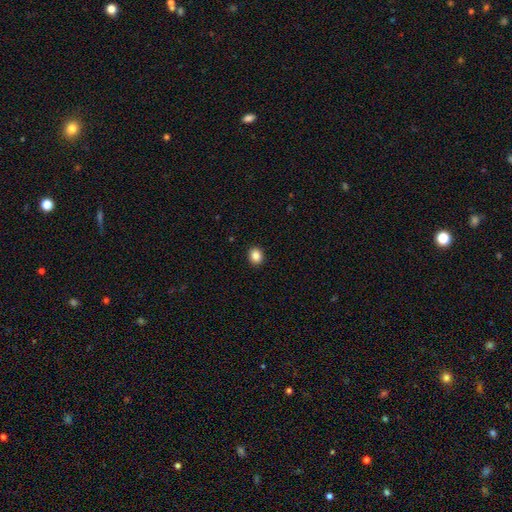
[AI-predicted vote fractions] This appears to be a smooth galaxy with no disk features (86%) that is round (71%). Merging: none (92%).